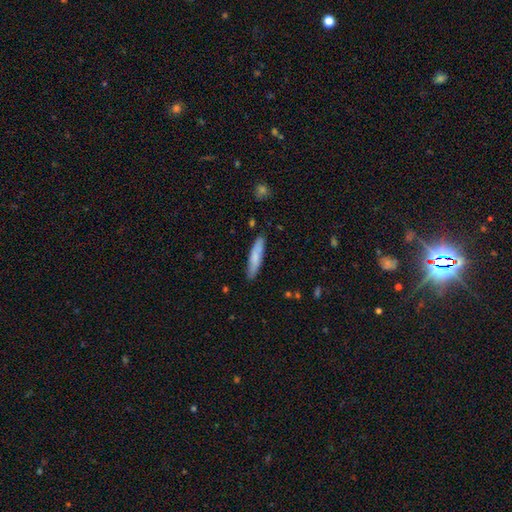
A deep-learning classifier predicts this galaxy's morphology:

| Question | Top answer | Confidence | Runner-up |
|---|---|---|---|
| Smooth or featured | smooth | 75% | featured or disk (20%) |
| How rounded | cigar-shaped | 83% | in between (15%) |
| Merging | none | 86% | minor disturbance (10%) |